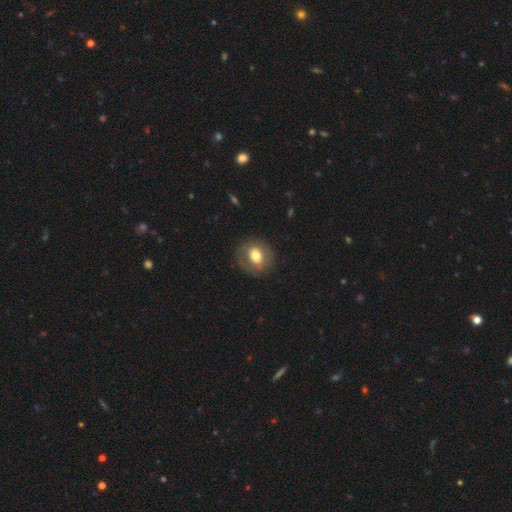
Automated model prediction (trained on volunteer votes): Smooth or featured?
  - smooth: 64% *
  - featured or disk: 29%
  - star or artifact: 8%
How rounded?
  - round: 69% *
  - in between: 30%
  - cigar-shaped: 1%
Merging?
  - none: 81% *
  - minor disturbance: 13%
  - major disturbance: 6%
  - merger: 1%